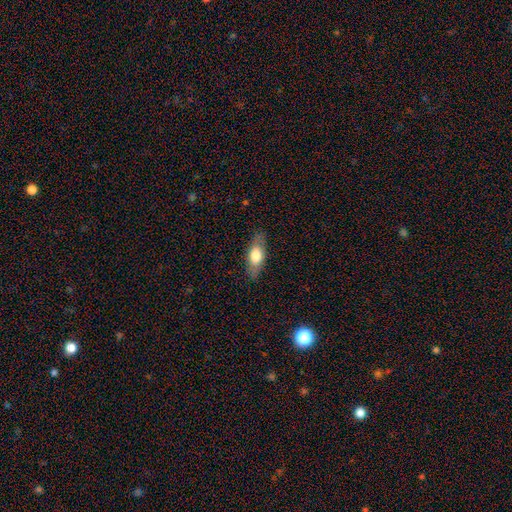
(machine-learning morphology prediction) This is likely a smooth galaxy (65%). How rounded: likely in between (75%). Merging: clearly none (83%).